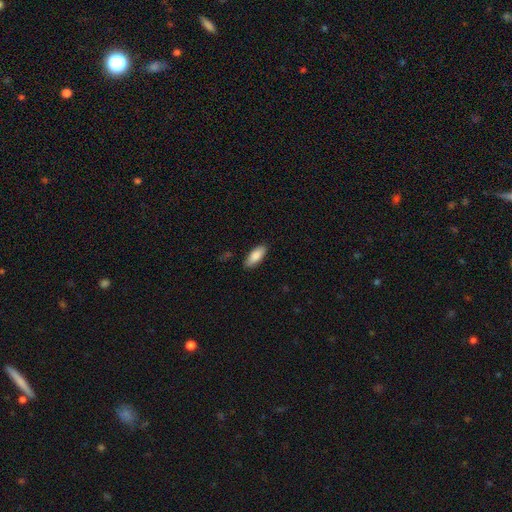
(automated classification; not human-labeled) Smooth or featured: smooth — 86% (featured or disk — 8%)
How rounded: in between — 81% (cigar-shaped — 18%)
Merging: none — 87% (minor disturbance — 10%)